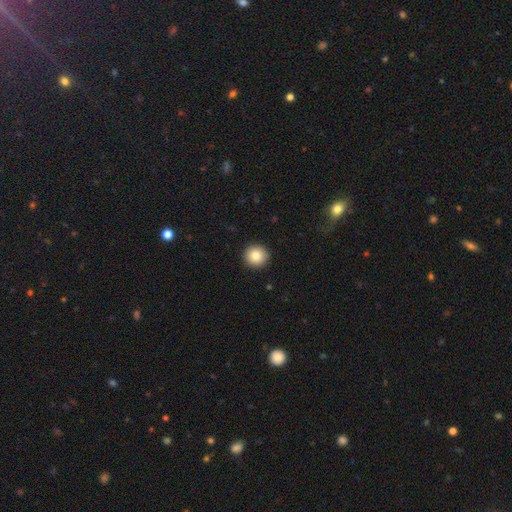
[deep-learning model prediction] smooth_or_featured: smooth (p=0.85) [alt: star or artifact p=0.09]
how_rounded: round (p=0.95) [alt: in between p=0.04]
merging: none (p=0.92) [alt: minor disturbance p=0.05]